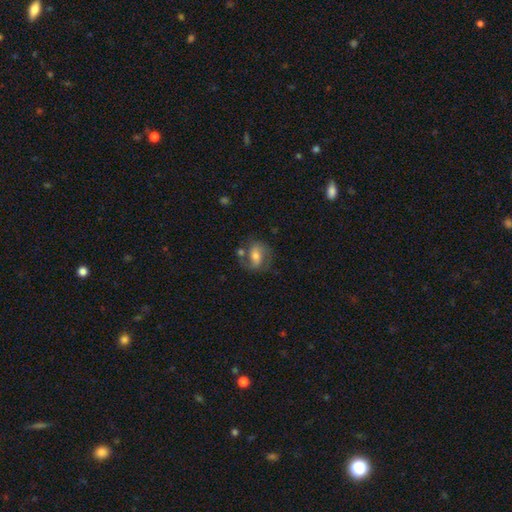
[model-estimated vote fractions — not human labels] Q: Smooth or featured?
A: featured or disk (52%); runner-up: smooth (40%)
Q: Edge-on disk?
A: no (95%); runner-up: yes (5%)
Q: Merging?
A: none (56%); runner-up: minor disturbance (20%)